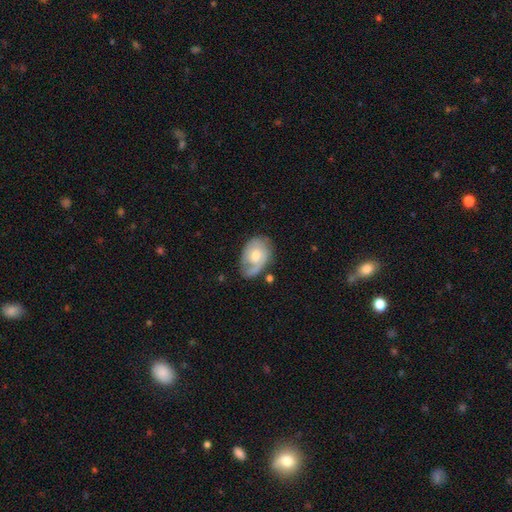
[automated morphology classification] A featured or disk galaxy (54%) with no bar (67%), spiral arms (73%) and a moderate central bulge (65%).

Vote fractions:
- Smooth or featured? featured or disk: 54% / smooth: 40% / star or artifact: 6%
- Edge-on disk? no: 95% / yes: 5%
- Bar? no: 67% / weak: 29% / strong: 4%
- Spiral arms? yes: 73% / no: 27%
- Bulge size? moderate: 65% / small: 24% / large: 7% / none: 2% / dominant: 1%
- Merging? none: 53% / minor disturbance: 29% / major disturbance: 13% / merger: 4%